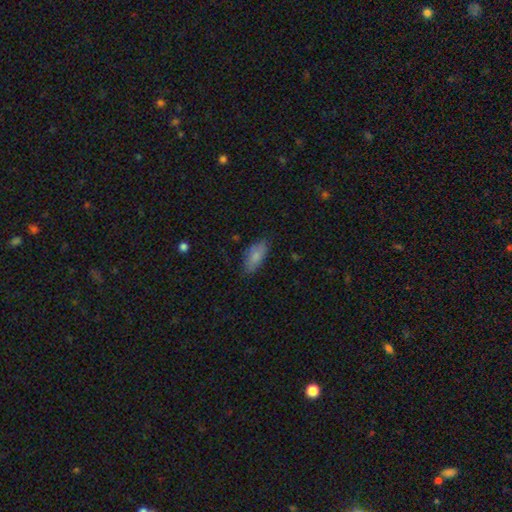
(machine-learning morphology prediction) smooth-or-featured: smooth: 83% | featured or disk: 10% | star or artifact: 7%
  how-rounded: in between: 87% | cigar-shaped: 11% | round: 3%
  merging: none: 76% | minor disturbance: 19% | major disturbance: 4% | merger: 1%